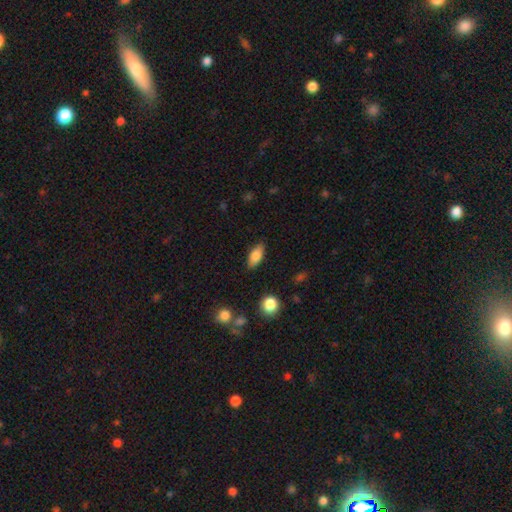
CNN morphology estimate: Smooth or featured? Predicted: smooth (p=0.81). How rounded? Predicted: in between (p=0.85). Merging? Predicted: none (p=0.86).